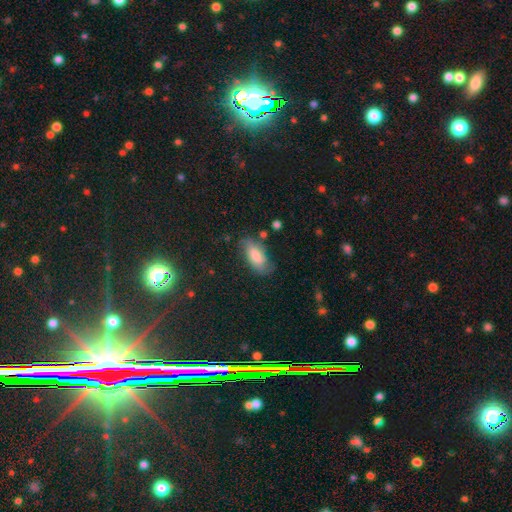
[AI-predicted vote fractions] smooth-or-featured: smooth: 67% | featured or disk: 24% | star or artifact: 9%
  how-rounded: in between: 86% | cigar-shaped: 11% | round: 3%
  merging: none: 69% | minor disturbance: 23% | major disturbance: 6% | merger: 2%